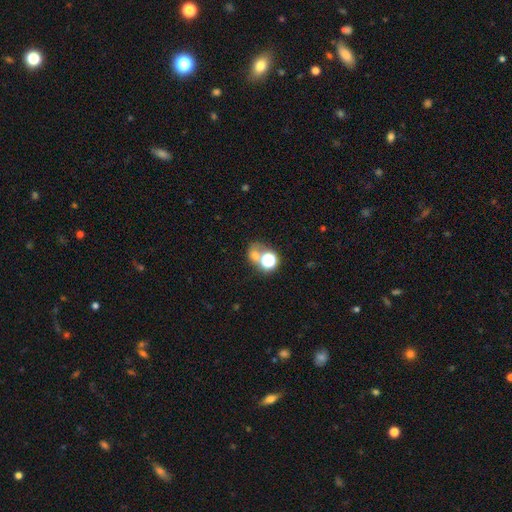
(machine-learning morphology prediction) A smooth galaxy with no disk features (58%) that is round (64%).

Vote fractions:
- Smooth or featured? smooth: 58% / star or artifact: 29% / featured or disk: 13%
- How rounded? round: 64% / in between: 35% / cigar-shaped: 1%
- Merging? merger: 40% (tied) / none: 40% (tied) / minor disturbance: 10% / major disturbance: 10%